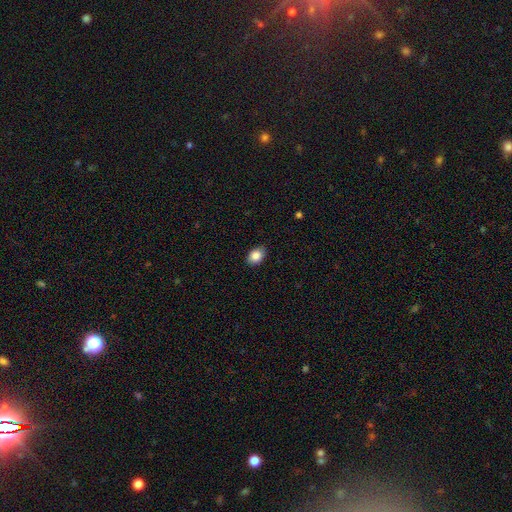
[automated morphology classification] This is clearly a smooth galaxy (86%). How rounded: clearly in between (81%). Merging: clearly none (87%).